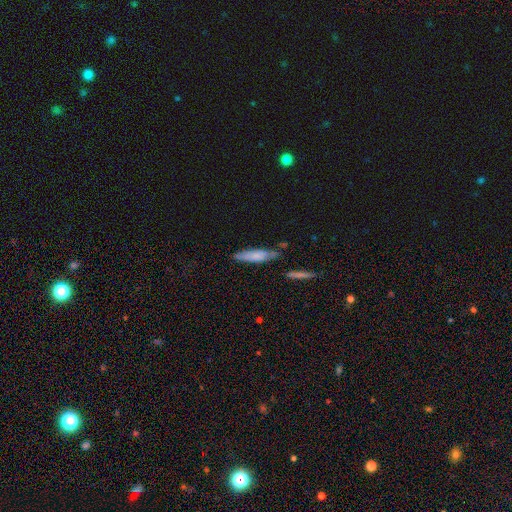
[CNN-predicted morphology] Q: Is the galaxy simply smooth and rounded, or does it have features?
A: smooth — 69%.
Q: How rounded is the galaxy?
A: cigar-shaped — 74%.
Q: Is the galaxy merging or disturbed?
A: none — 64%.